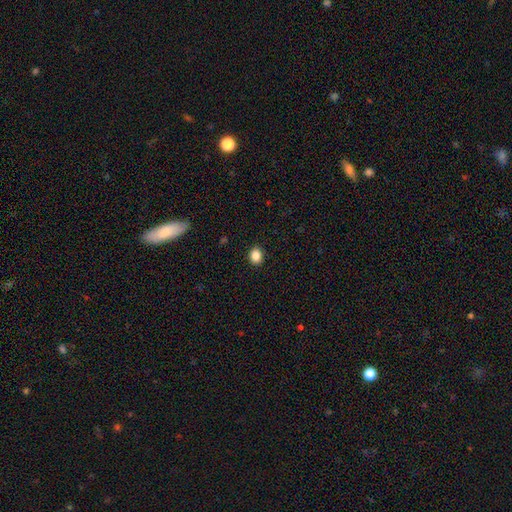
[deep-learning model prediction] Smooth or featured?
  - smooth: 87% *
  - star or artifact: 10%
  - featured or disk: 3%
How rounded?
  - round: 53% *
  - in between: 46%
  - cigar-shaped: 1%
Merging?
  - none: 91% *
  - minor disturbance: 7%
  - major disturbance: 2%
  - merger: 1%